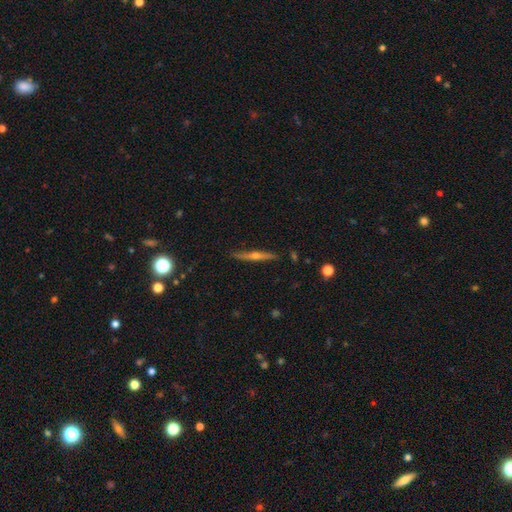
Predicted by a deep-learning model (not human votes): A featured or disk galaxy (75%) viewed edge-on (98%) with a rounded central bulge (90%). Merging: none (89%).